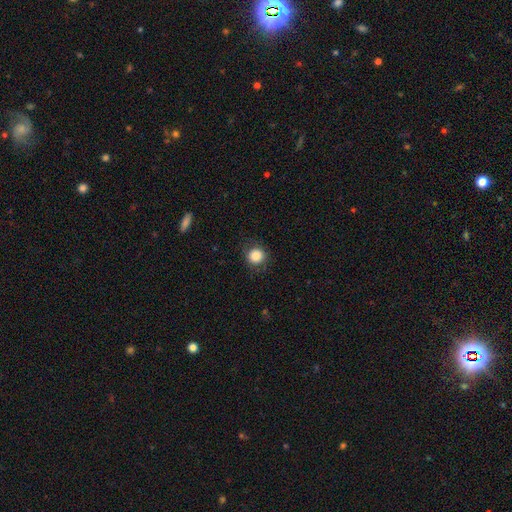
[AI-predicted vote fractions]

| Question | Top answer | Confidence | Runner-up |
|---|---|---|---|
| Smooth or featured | smooth | 85% | star or artifact (10%) |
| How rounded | round | 91% | in between (8%) |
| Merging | none | 84% | minor disturbance (11%) |